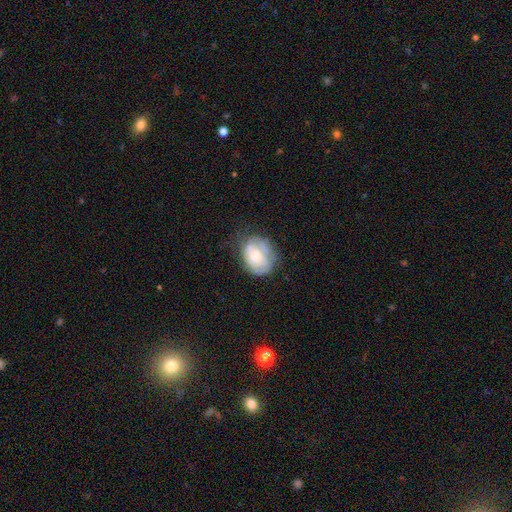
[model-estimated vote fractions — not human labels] Smooth or featured? featured or disk (49%)
Merging? none (54%)